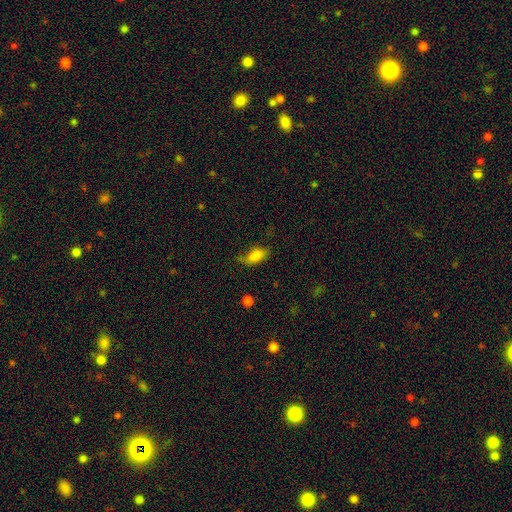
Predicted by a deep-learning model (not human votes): smooth-or-featured: smooth: 82% | featured or disk: 10% | star or artifact: 9%
  how-rounded: in between: 88% | cigar-shaped: 8% | round: 4%
  merging: none: 56% | minor disturbance: 30% | major disturbance: 11% | merger: 2%